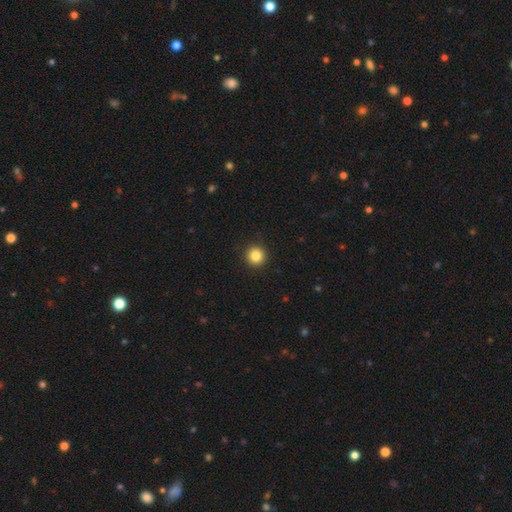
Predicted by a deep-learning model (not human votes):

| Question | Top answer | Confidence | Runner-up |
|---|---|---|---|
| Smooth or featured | smooth | 85% | star or artifact (10%) |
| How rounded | round | 95% | in between (4%) |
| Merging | none | 93% | minor disturbance (4%) |